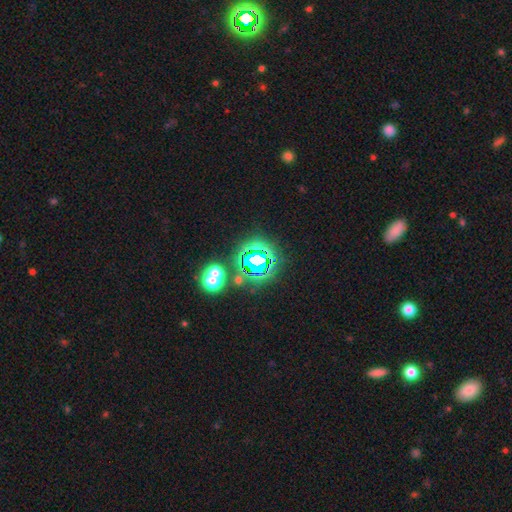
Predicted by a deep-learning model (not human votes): Morphology: type=star or artifact (76%).